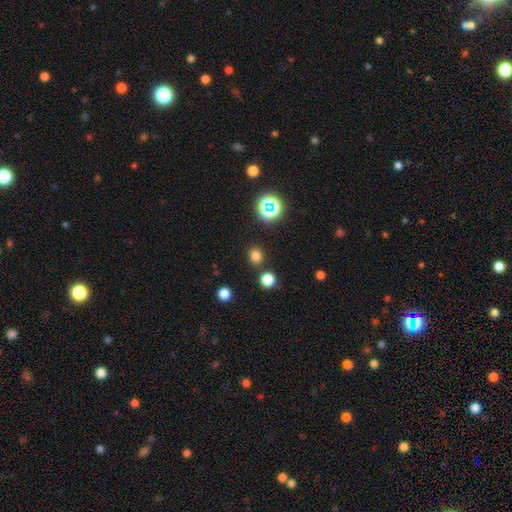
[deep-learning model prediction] This appears to be a smooth galaxy with no disk features (75%) that is round (75%). Merging: none (84%).